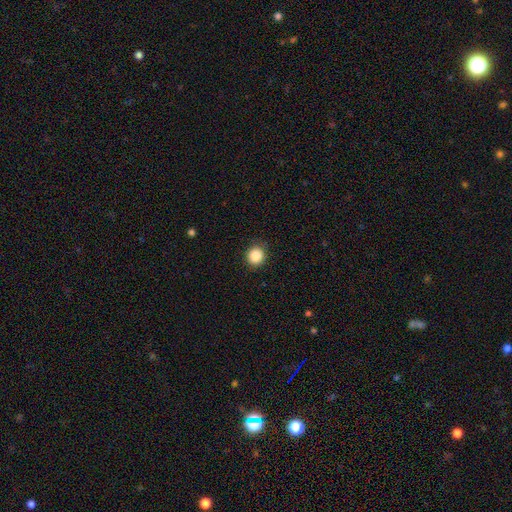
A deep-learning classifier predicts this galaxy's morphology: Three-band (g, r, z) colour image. It shows a smooth galaxy with no disk features (87%) that is round (89%). Merging: none (88%).